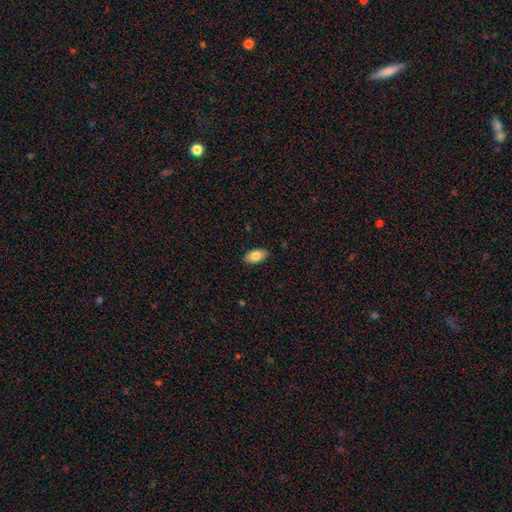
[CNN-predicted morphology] This is clearly a smooth galaxy (83%). How rounded: clearly in between (92%). Merging: clearly none (88%).